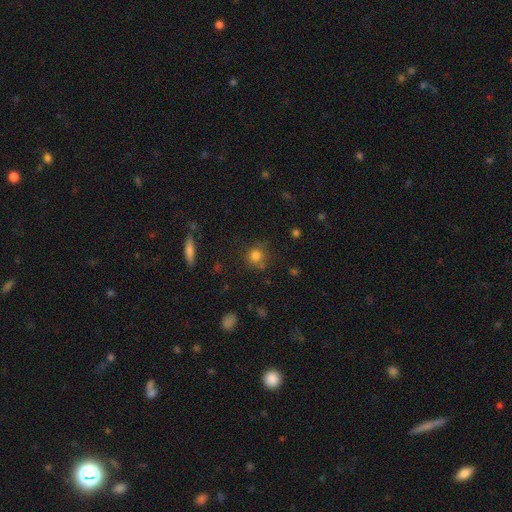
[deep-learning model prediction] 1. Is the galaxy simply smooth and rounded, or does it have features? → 79% smooth, 13% star or artifact, 7% featured or disk.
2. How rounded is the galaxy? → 88% round, 11% in between, 1% cigar-shaped.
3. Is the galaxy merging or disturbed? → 71% none, 17% minor disturbance, 6% major disturbance, 6% merger.